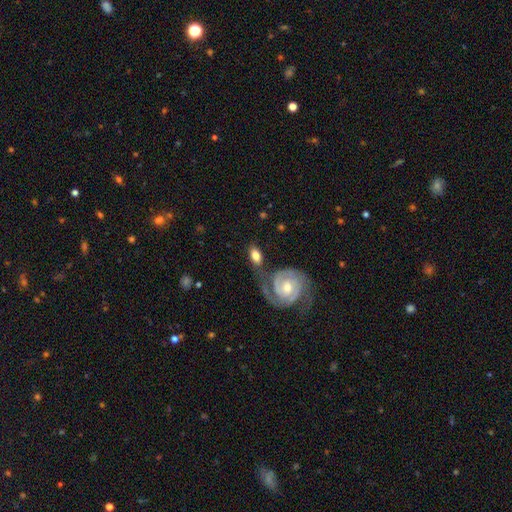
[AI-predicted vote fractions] Morphology: type=smooth (60%); roundness=in between (85%); merging=none (58%).